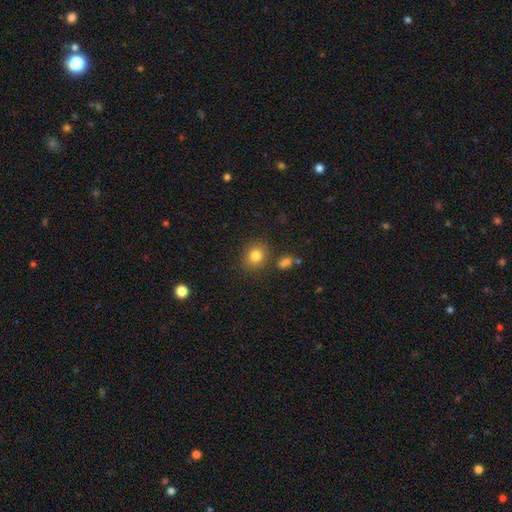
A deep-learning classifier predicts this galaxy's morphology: Smooth or featured? smooth (81%)
How rounded? round (71%)
Merging? none (82%)